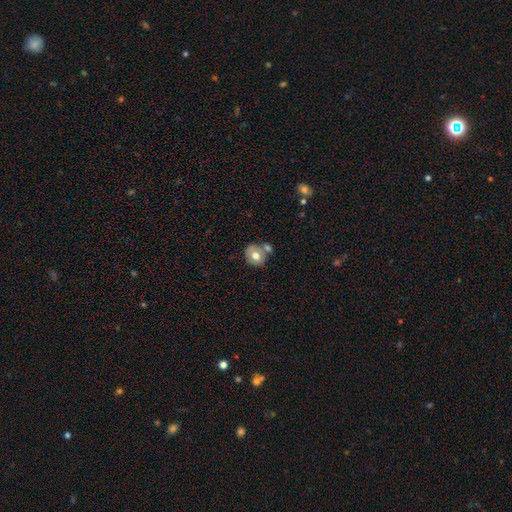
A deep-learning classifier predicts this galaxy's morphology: smooth_or_featured: smooth (p=0.69) [alt: featured or disk p=0.23]
how_rounded: round (p=0.68) [alt: in between p=0.31]
merging: none (p=0.46) [alt: merger p=0.34]